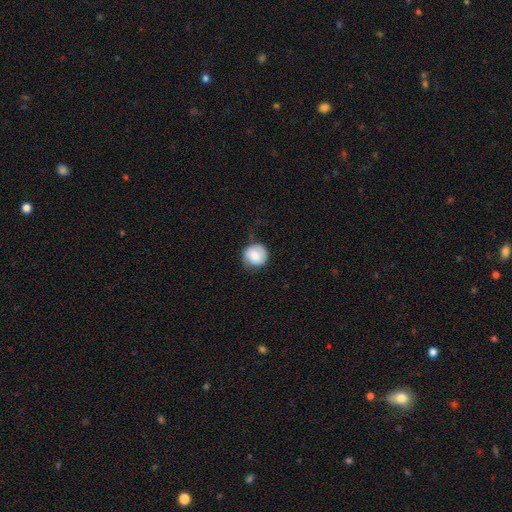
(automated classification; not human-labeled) Q: Smooth or featured?
A: smooth (83%); runner-up: featured or disk (10%)
Q: How rounded?
A: round (90%); runner-up: in between (9%)
Q: Merging?
A: none (74%); runner-up: minor disturbance (20%)